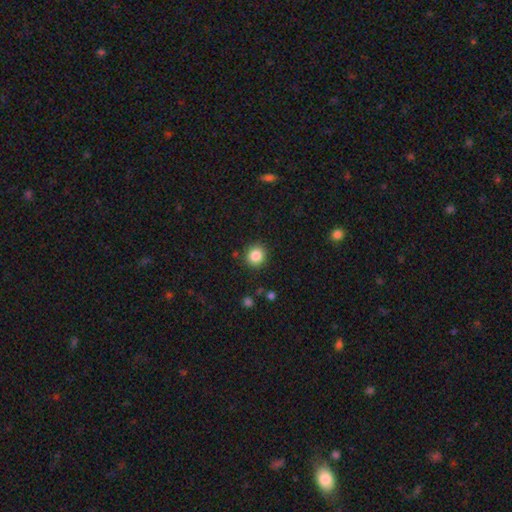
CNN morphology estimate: smooth-or-featured: smooth: 85% | star or artifact: 10% | featured or disk: 5%
  how-rounded: round: 91% | in between: 8% | cigar-shaped: 1%
  merging: none: 89% | minor disturbance: 7% | major disturbance: 2% | merger: 2%